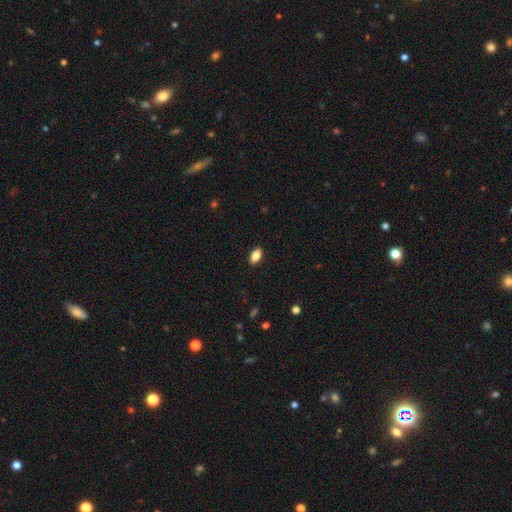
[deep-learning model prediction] Q: Smooth or featured?
A: smooth (82%); runner-up: featured or disk (10%)
Q: How rounded?
A: in between (90%); runner-up: cigar-shaped (6%)
Q: Merging?
A: none (89%); runner-up: minor disturbance (8%)